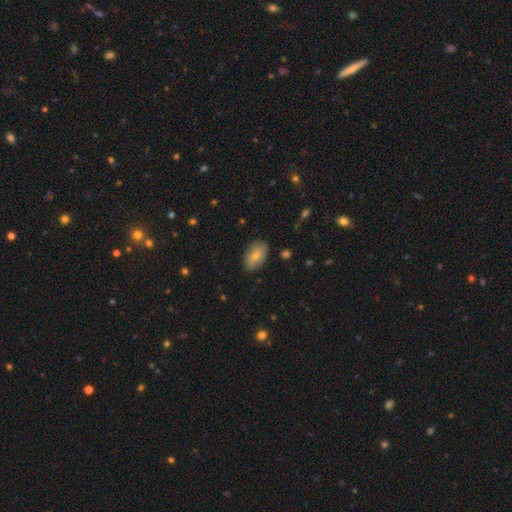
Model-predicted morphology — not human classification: Smooth or featured?
  - smooth: 76% *
  - featured or disk: 17%
  - star or artifact: 7%
How rounded?
  - in between: 90% *
  - round: 8%
  - cigar-shaped: 2%
Merging?
  - none: 84% *
  - minor disturbance: 12%
  - major disturbance: 3%
  - merger: 1%